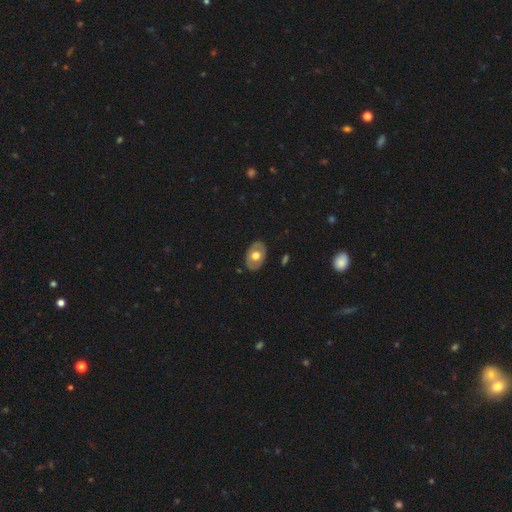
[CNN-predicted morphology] Smooth or featured?
  - smooth: 52% *
  - featured or disk: 42%
  - star or artifact: 6%
How rounded?
  - in between: 80% *
  - round: 18%
  - cigar-shaped: 1%
Merging?
  - none: 84% *
  - minor disturbance: 12%
  - major disturbance: 3%
  - merger: 1%